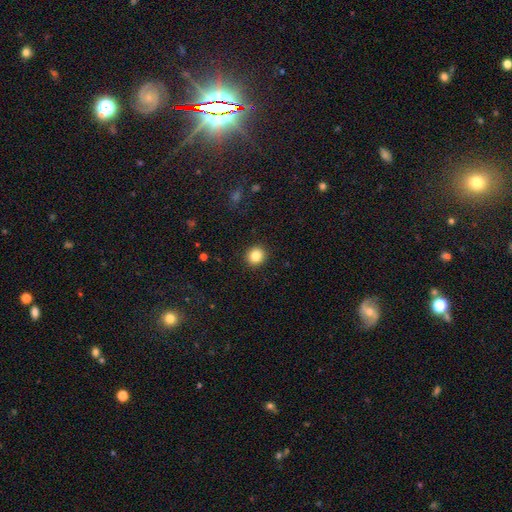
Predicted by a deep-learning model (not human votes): smooth-or-featured: smooth: 84% | star or artifact: 10% | featured or disk: 6%
  how-rounded: round: 88% | in between: 11% | cigar-shaped: 1%
  merging: none: 92% | minor disturbance: 5% | major disturbance: 2% | merger: 1%